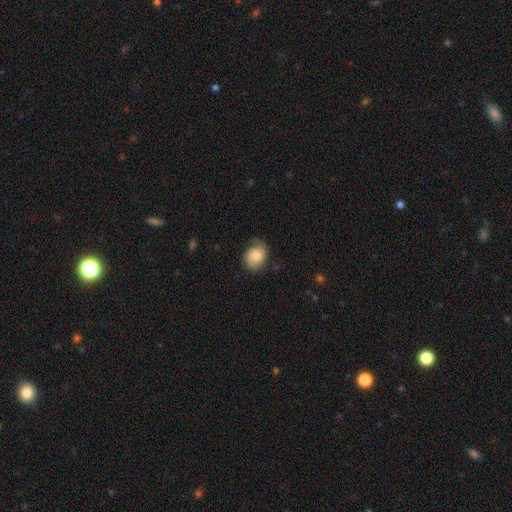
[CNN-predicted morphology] This appears to be a smooth galaxy with no disk features (52%) that is in between round and cigar-shaped (50%). Merging: none (64%).